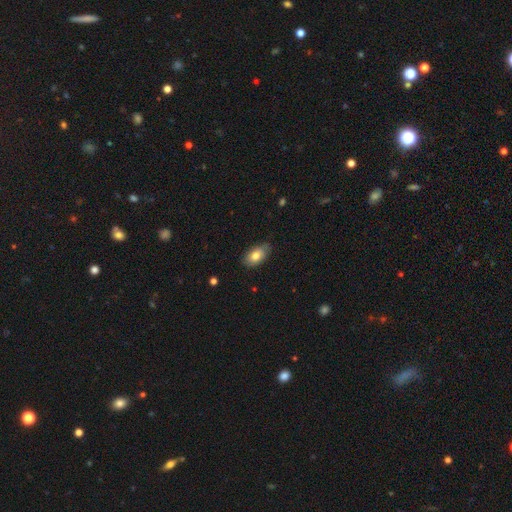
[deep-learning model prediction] Smooth or featured? Predicted: smooth (p=0.79). How rounded? Predicted: in between (p=0.92). Merging? Predicted: none (p=0.77).